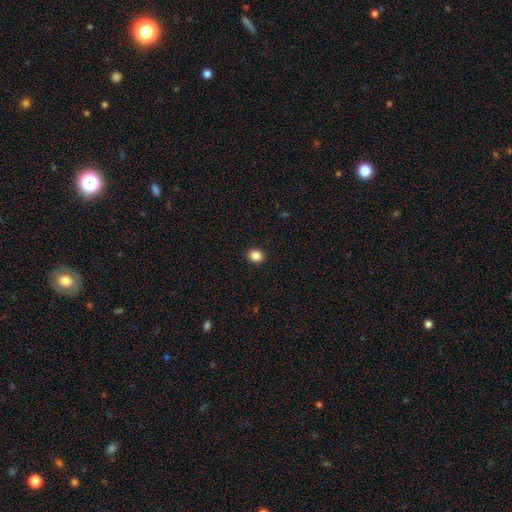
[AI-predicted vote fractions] Smooth or featured?
  - smooth: 86% *
  - star or artifact: 10%
  - featured or disk: 3%
How rounded?
  - round: 78% *
  - in between: 21%
  - cigar-shaped: 1%
Merging?
  - none: 92% *
  - minor disturbance: 5%
  - major disturbance: 2%
  - merger: 1%